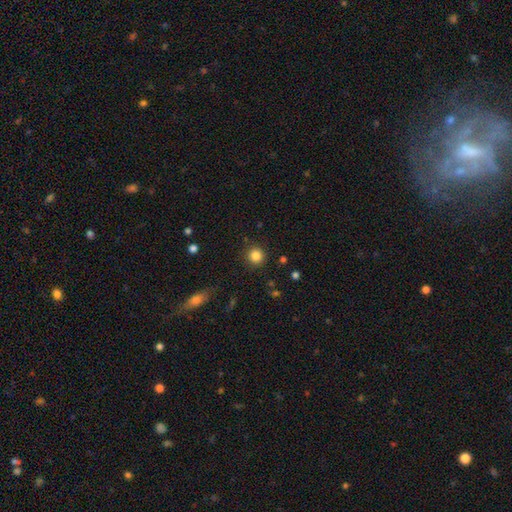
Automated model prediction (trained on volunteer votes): smooth 84%, star or artifact 12%, featured or disk 5%. Down the decision tree: how rounded — round (94%); merging — none (90%).